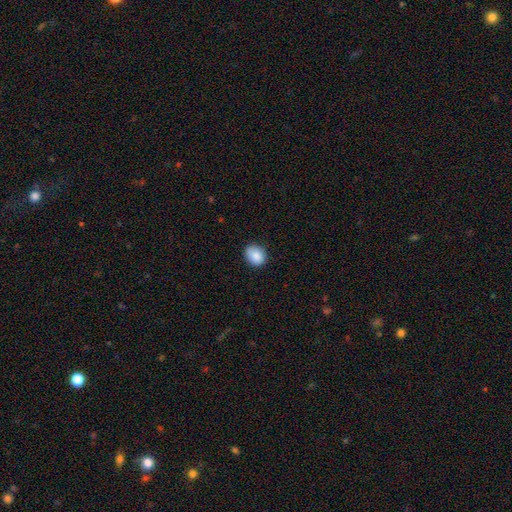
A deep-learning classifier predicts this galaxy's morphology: Smooth or featured? smooth (87%)
How rounded? round (51%)
Merging? none (79%)